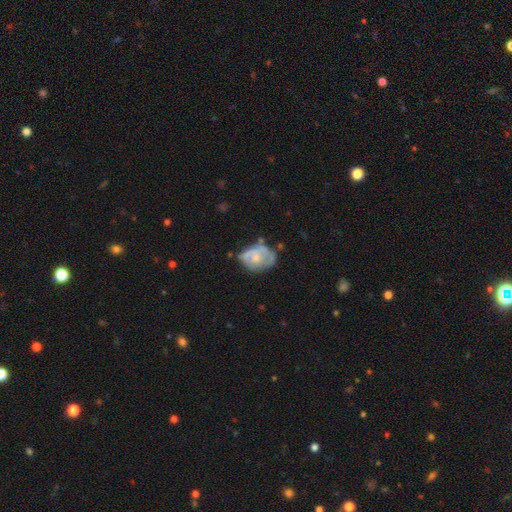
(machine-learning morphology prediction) type=featured or disk (57%); edge-on=no (97%); bar=no (79%); spiral arms=yes (52%); bulge=small (42%); merging=none (38%).